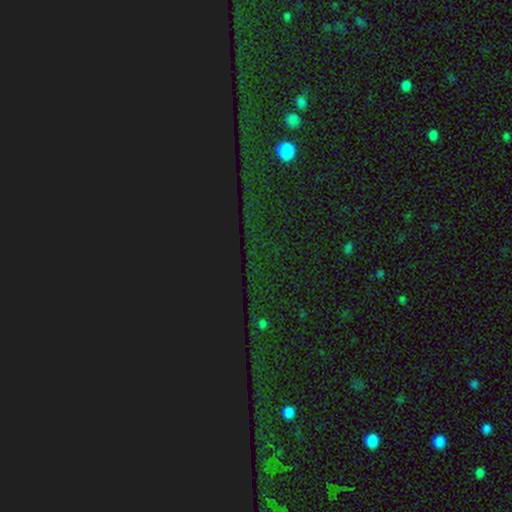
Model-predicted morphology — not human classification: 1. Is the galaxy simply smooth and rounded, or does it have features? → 83% star or artifact, 9% smooth, 8% featured or disk.